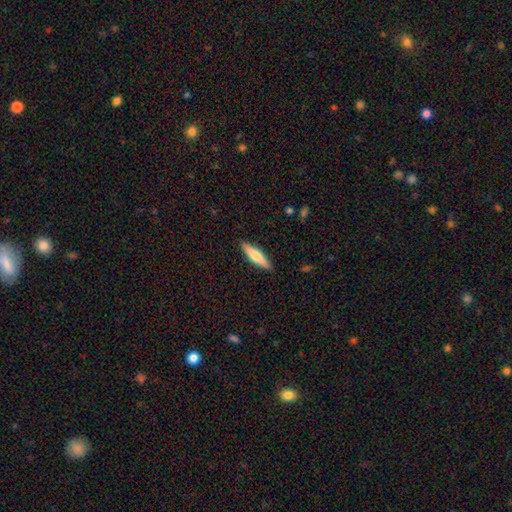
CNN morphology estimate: Smooth or featured? Predicted: smooth (p=0.65). How rounded? Predicted: cigar-shaped (p=0.77). Merging? Predicted: none (p=0.90).